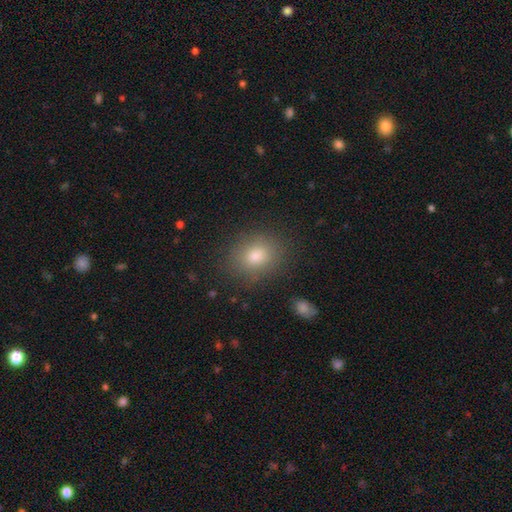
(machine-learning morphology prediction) The model was most divided on "how rounded": round: 52%, in between: 47%, cigar-shaped: 1%. More confident: merging — none (85%); smooth or featured — smooth (80%).